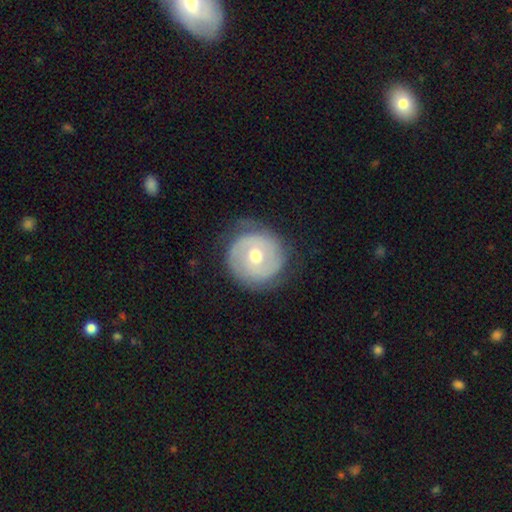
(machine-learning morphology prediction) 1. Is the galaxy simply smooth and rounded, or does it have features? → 65% featured or disk, 30% smooth, 6% star or artifact.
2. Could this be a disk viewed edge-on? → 97% no, 3% yes.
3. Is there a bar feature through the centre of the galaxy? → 68% no, 26% weak, 6% strong.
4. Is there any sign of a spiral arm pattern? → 75% yes, 25% no.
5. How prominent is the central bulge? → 73% moderate, 21% small, 4% large, 1% dominant, 1% none.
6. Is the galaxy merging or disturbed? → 72% none, 19% minor disturbance, 7% major disturbance, 1% merger.